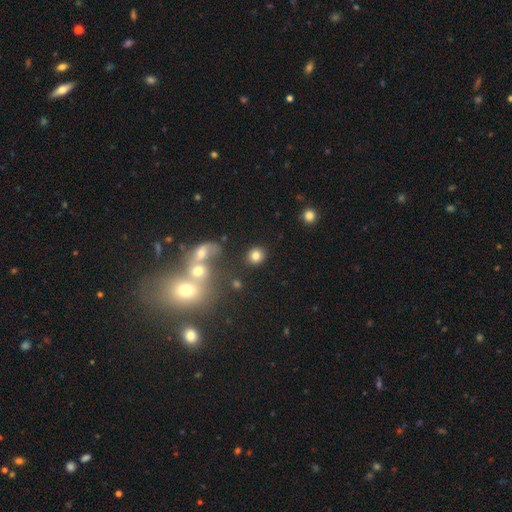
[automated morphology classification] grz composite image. It shows a smooth galaxy with no disk features (80%) that is round (85%). Merging: none (82%).